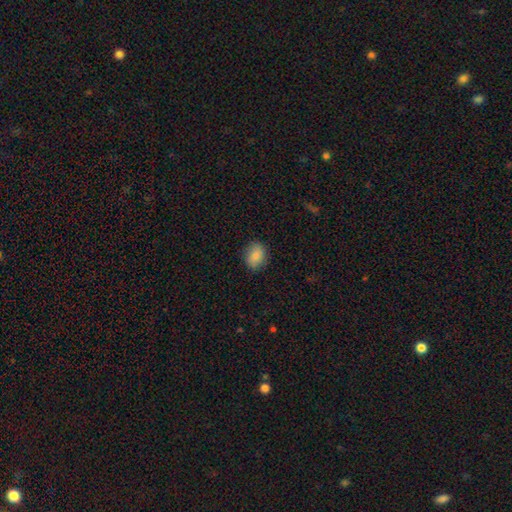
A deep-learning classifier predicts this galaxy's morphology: This appears to be a smooth galaxy with no disk features (84%) that is in between round and cigar-shaped (54%). Merging: none (85%).